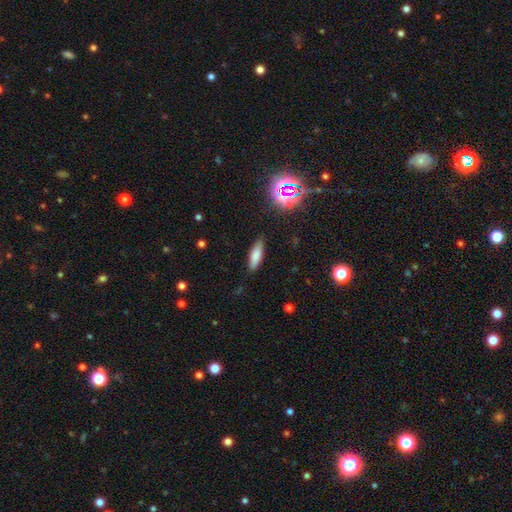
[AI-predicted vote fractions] A smooth galaxy with no disk features (75%) that is cigar-shaped (49%). Merging: none (82%).